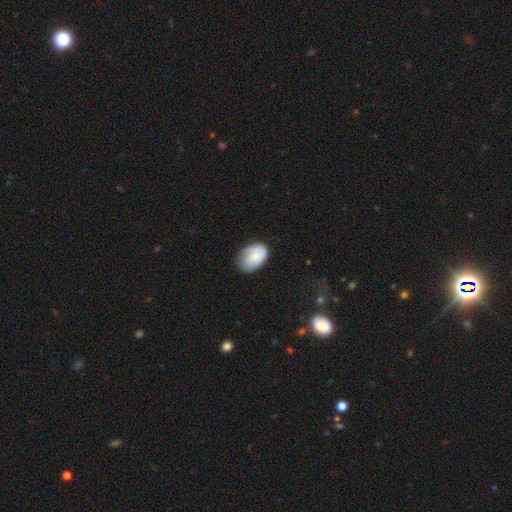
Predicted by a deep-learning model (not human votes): Smooth or featured: smooth — 71% (featured or disk — 22%)
How rounded: in between — 85% (round — 14%)
Merging: none — 59% (minor disturbance — 30%)